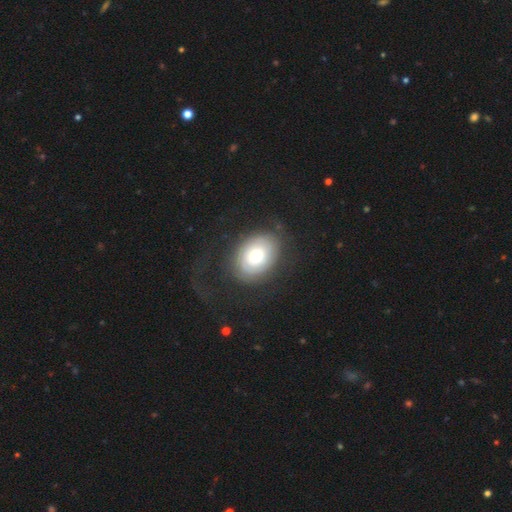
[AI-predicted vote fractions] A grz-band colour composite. It shows a smooth galaxy with no disk features (56%) that is in between round and cigar-shaped (69%). Merging: none (63%).